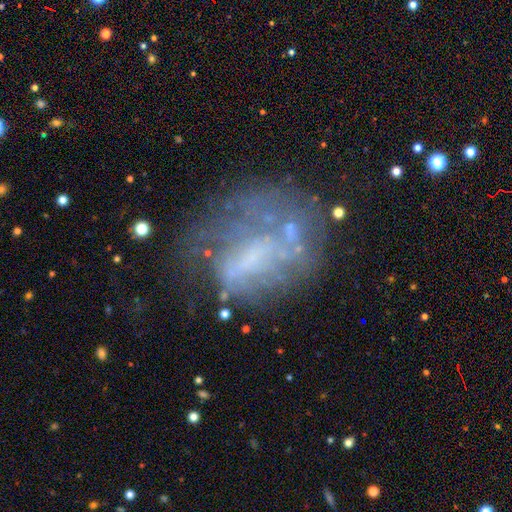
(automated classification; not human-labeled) The model was most divided on "merging": none: 41%, major disturbance: 31%, minor disturbance: 21%, merger: 8%. More confident: edge-on disk — no (96%); spiral arms — no (76%); bar — no (68%); bulge size — none (61%); smooth or featured — featured or disk (57%).